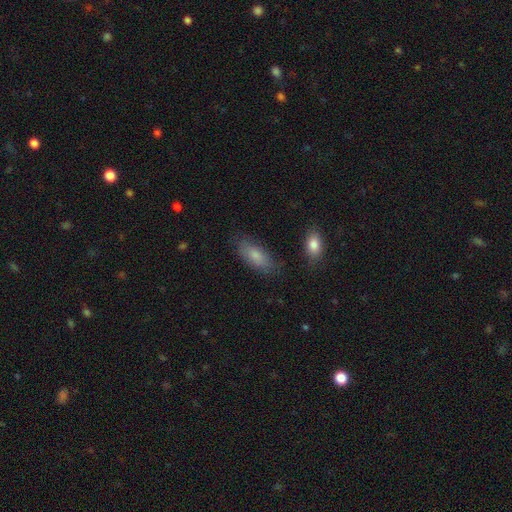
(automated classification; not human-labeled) smooth 81%, featured or disk 12%, star or artifact 7%. Down the decision tree: how rounded — in between (82%); merging — none (78%).